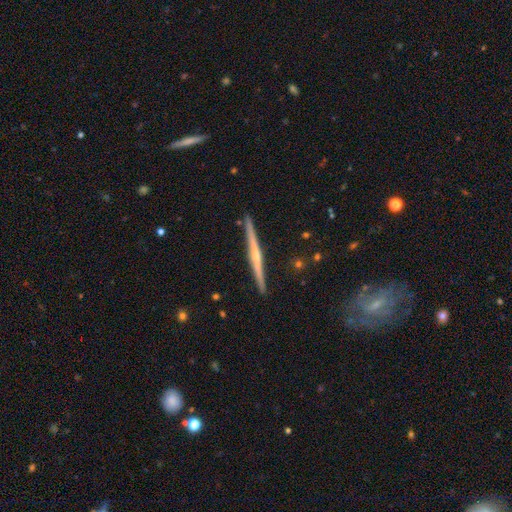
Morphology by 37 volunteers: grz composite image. It shows a featured or disk galaxy (86%) viewed edge-on (88%) with a rounded central bulge (89%). Merging: none (86%).